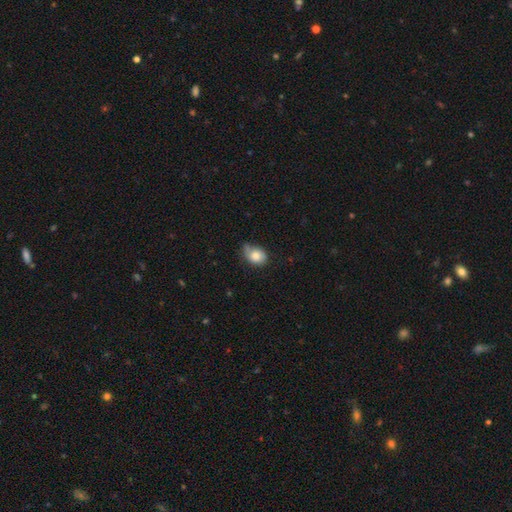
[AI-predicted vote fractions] Q: Smooth or featured?
A: smooth (78%); runner-up: featured or disk (14%)
Q: How rounded?
A: in between (61%); runner-up: round (38%)
Q: Merging?
A: none (45%); runner-up: minor disturbance (39%)